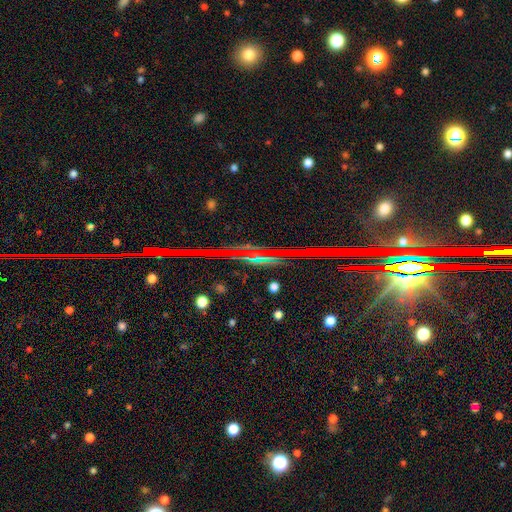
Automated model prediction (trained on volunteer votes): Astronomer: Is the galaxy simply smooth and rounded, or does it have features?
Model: star or artifact — 57%.